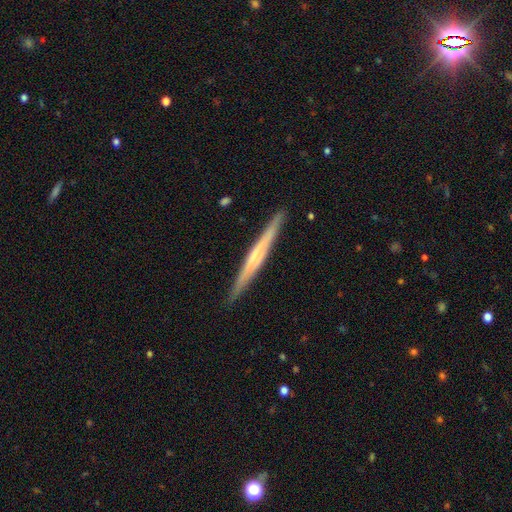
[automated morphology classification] Overall: featured or disk (62%; smooth 33%). Edge-on disk: yes (98%). Edge-on bulge: none (54%; rounded 33%). Merging: none (91%).